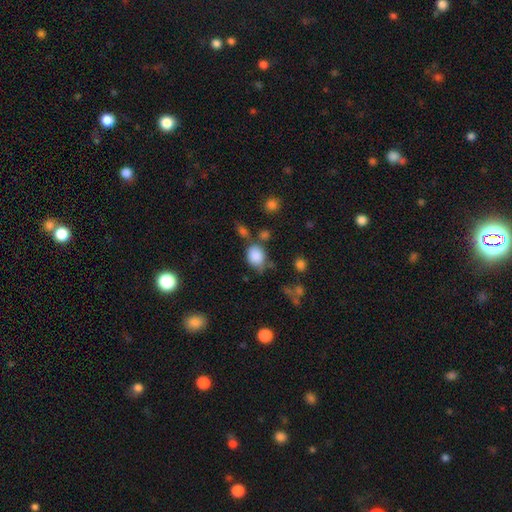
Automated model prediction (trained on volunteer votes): smooth_or_featured: smooth (p=0.85) [alt: star or artifact p=0.09]
how_rounded: in between (p=0.58) [alt: round p=0.41]
merging: none (p=0.54) [alt: minor disturbance p=0.24]